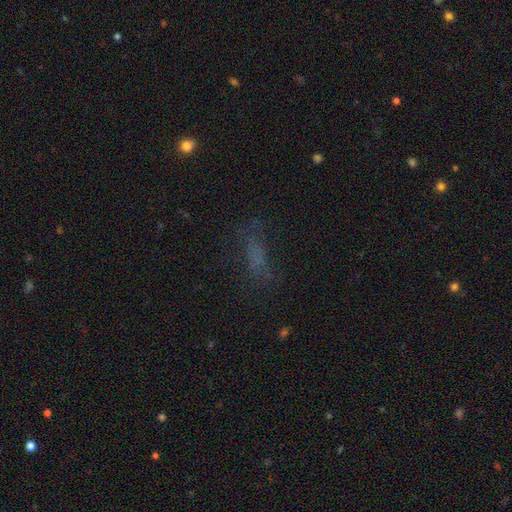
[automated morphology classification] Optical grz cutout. It shows a smooth galaxy with no disk features (54%) that is in between round and cigar-shaped (63%). Merging: none (56%).